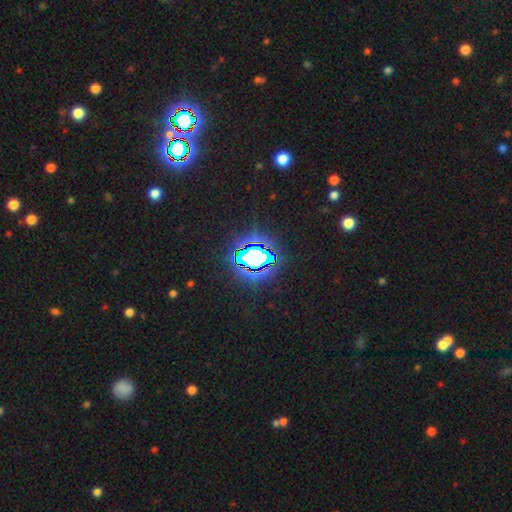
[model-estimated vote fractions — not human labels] A star or artifact, not a galaxy (75%).